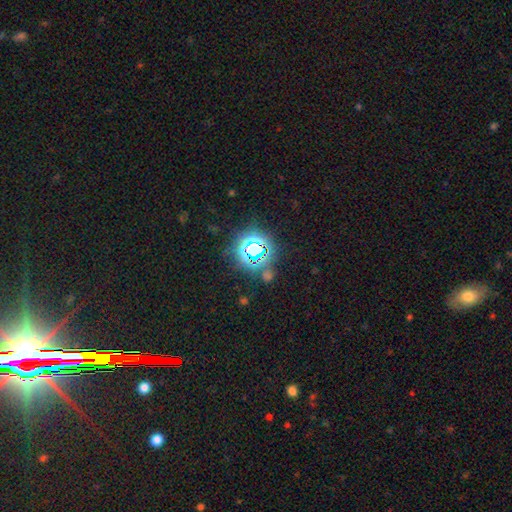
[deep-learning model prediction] A star or artifact, not a galaxy (74%).

Vote fractions:
- Smooth or featured? star or artifact: 74% / smooth: 18% / featured or disk: 8%